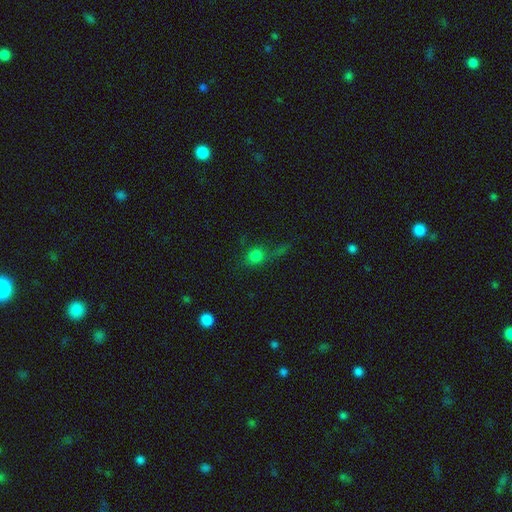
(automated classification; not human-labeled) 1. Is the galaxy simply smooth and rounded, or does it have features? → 67% smooth, 21% star or artifact, 12% featured or disk.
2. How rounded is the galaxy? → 71% round, 24% in between, 5% cigar-shaped.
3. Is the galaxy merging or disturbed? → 50% none, 20% major disturbance, 19% minor disturbance, 11% merger.